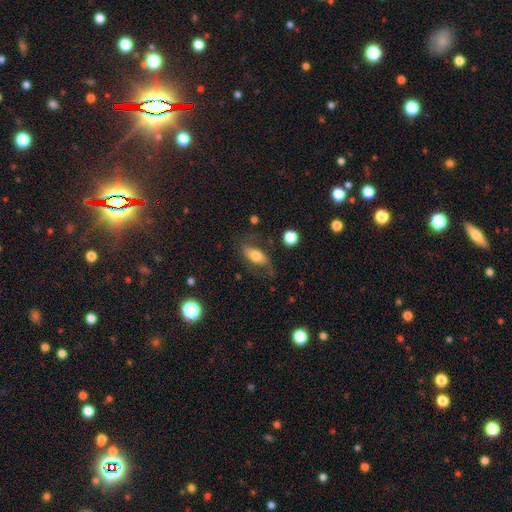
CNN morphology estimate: A featured or disk galaxy (50%).

Vote fractions:
- Smooth or featured? featured or disk: 50% / smooth: 42% / star or artifact: 8%
- Edge-on disk? no: 84% / yes: 16%
- Merging? none: 59% / minor disturbance: 20% / major disturbance: 18% / merger: 3%